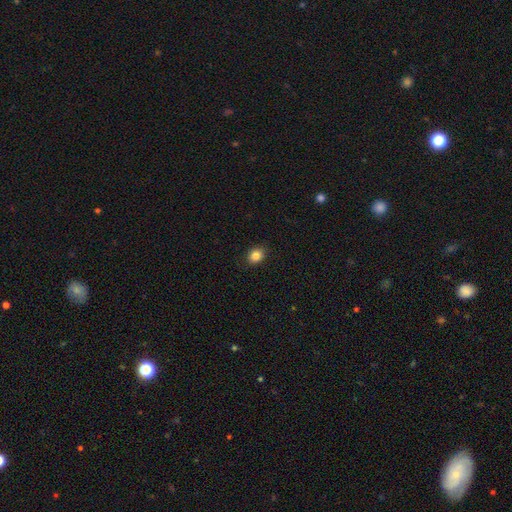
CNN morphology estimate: This appears to be a smooth galaxy with no disk features (85%) that is round (53%). Merging: none (89%).